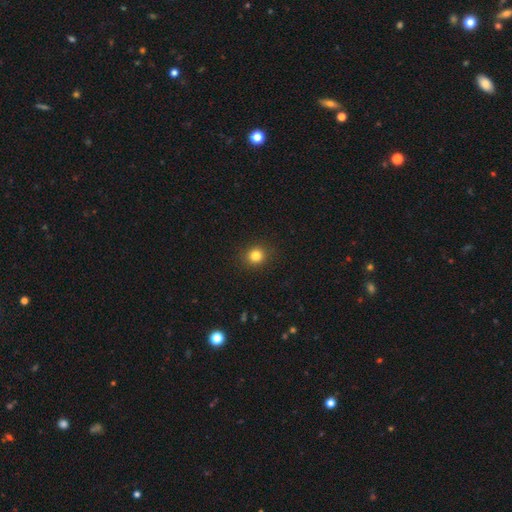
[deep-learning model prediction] Smooth or featured?
  - smooth: 82% *
  - star or artifact: 12%
  - featured or disk: 5%
How rounded?
  - round: 85% *
  - in between: 14%
  - cigar-shaped: 1%
Merging?
  - none: 91% *
  - minor disturbance: 6%
  - major disturbance: 2%
  - merger: 1%